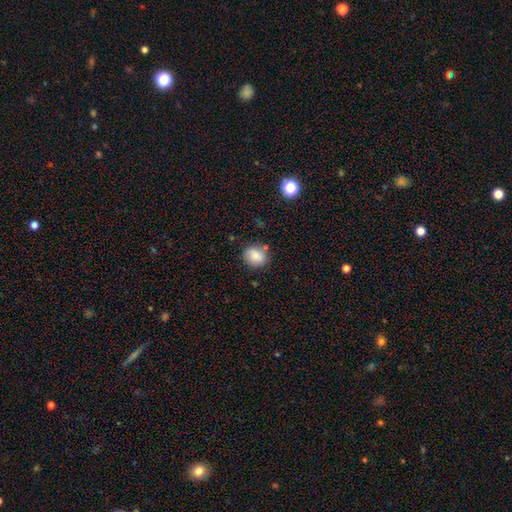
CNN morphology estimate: Overall: smooth (83%). How rounded: round (53%; in between 46%). Merging: none (74%).